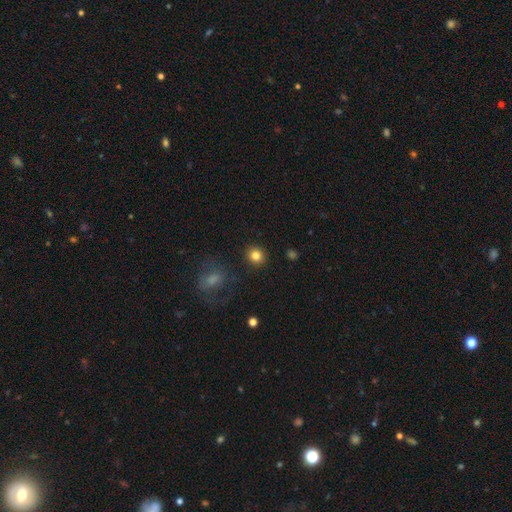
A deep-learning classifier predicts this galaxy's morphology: smooth_or_featured: smooth (p=0.83) [alt: star or artifact p=0.11]
how_rounded: round (p=0.87) [alt: in between p=0.12]
merging: none (p=0.90) [alt: minor disturbance p=0.06]